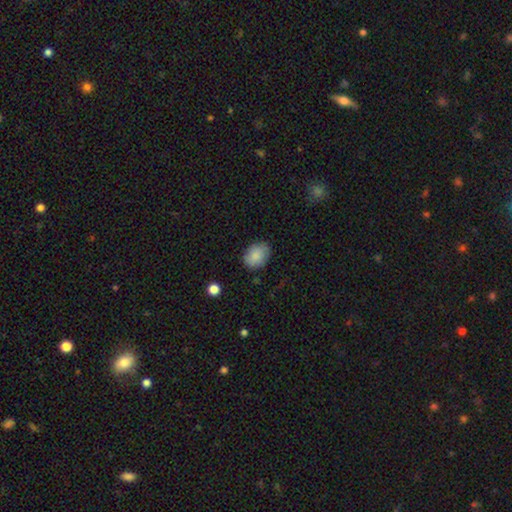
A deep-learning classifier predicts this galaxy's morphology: Smooth or featured? smooth (86%)
How rounded? in between (68%)
Merging? none (81%)